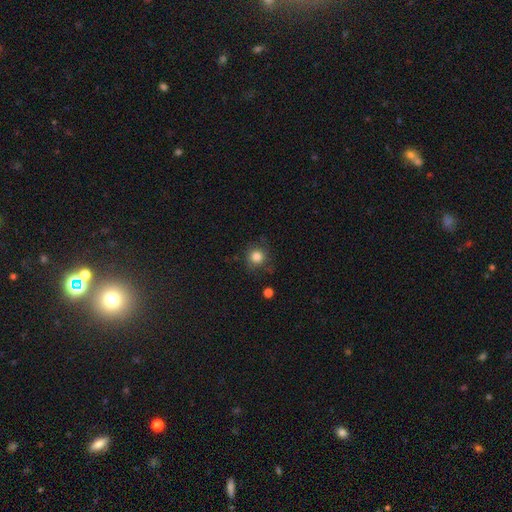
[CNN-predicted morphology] type=smooth (83%); roundness=round (91%); merging=none (78%).